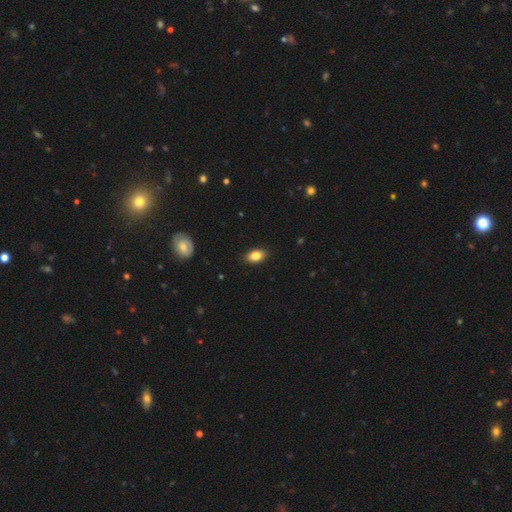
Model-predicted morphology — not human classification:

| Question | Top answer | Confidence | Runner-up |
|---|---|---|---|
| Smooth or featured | smooth | 85% | star or artifact (8%) |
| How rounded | in between | 89% | round (9%) |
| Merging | none | 88% | minor disturbance (9%) |